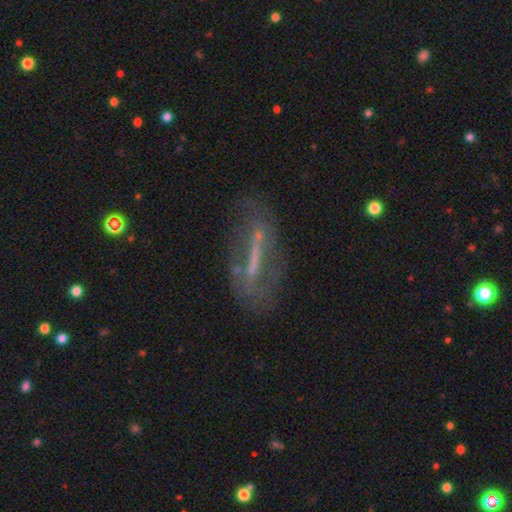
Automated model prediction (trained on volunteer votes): This is likely a featured or disk galaxy (65%). It is likely not viewed edge-on (68%). Merging: possibly none (55%).